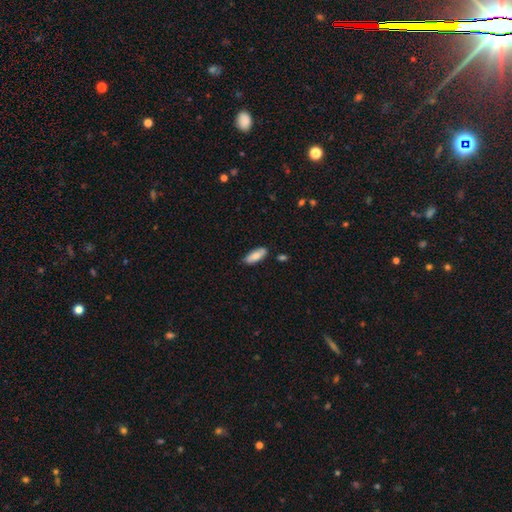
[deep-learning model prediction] smooth 83%, featured or disk 11%, star or artifact 6%. Down the decision tree: how rounded — in between (74%); merging — none (80%).